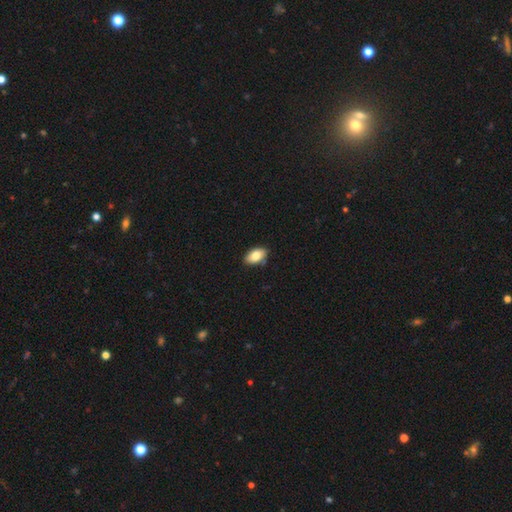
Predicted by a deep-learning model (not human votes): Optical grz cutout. It shows a smooth galaxy with no disk features (83%) that is in between round and cigar-shaped (92%). Merging: none (83%).